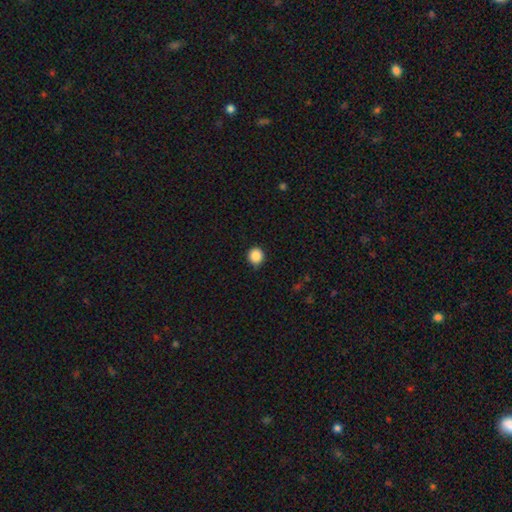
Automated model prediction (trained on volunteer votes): Morphology: type=smooth (88%); roundness=round (90%); merging=none (88%).